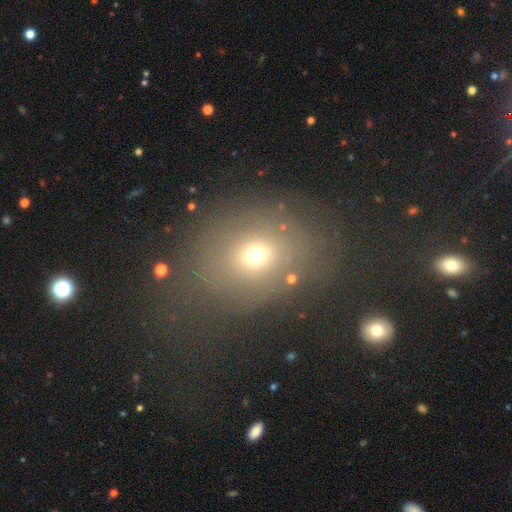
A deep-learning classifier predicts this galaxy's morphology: smooth-or-featured: smooth: 63% | star or artifact: 20% | featured or disk: 17%
  how-rounded: round: 58% | in between: 40% | cigar-shaped: 2%
  merging: none: 65% | minor disturbance: 16% | major disturbance: 14% | merger: 5%